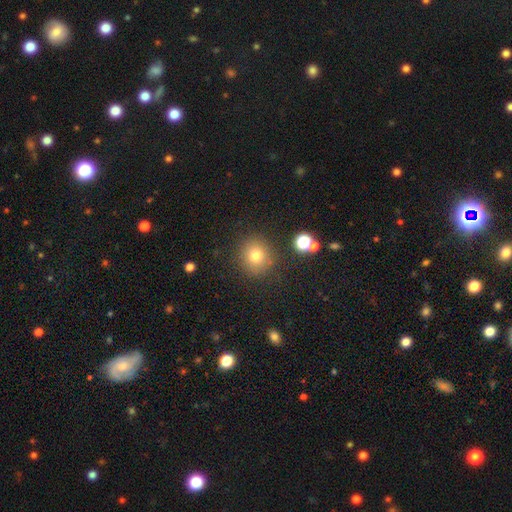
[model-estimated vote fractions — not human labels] A smooth galaxy with no disk features (75%) that is round (90%).

Vote fractions:
- Smooth or featured? smooth: 75% / star or artifact: 15% / featured or disk: 10%
- How rounded? round: 90% / in between: 9% / cigar-shaped: 1%
- Merging? none: 85% / minor disturbance: 8% / major disturbance: 3% / merger: 3%